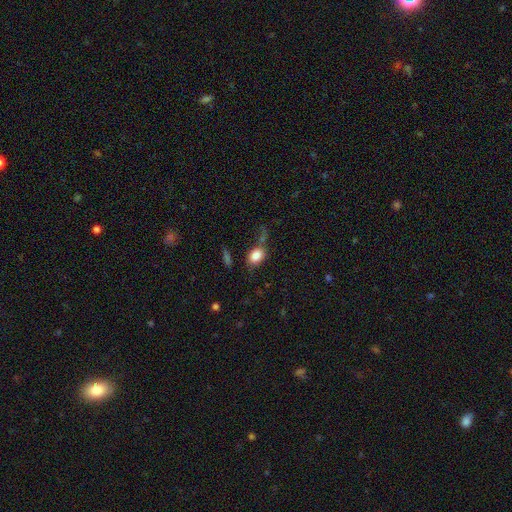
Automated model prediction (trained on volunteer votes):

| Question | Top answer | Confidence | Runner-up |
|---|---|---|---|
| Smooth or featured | smooth | 84% | star or artifact (9%) |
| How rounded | in between | 77% | round (21%) |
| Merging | none | 59% | minor disturbance (19%) |